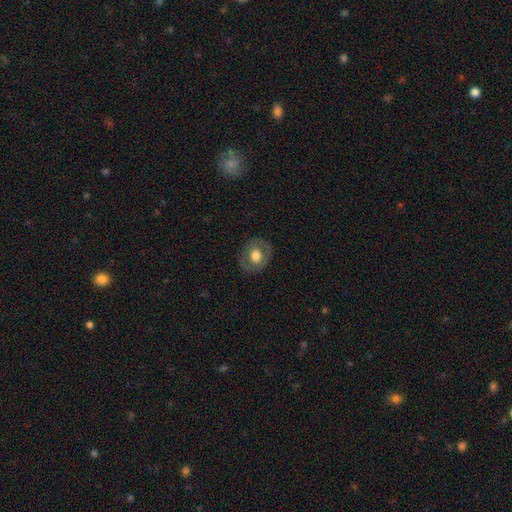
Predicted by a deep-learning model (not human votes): The model was most divided on "how rounded": round: 59%, in between: 40%, cigar-shaped: 1%. More confident: merging — none (82%); smooth or featured — smooth (56%).